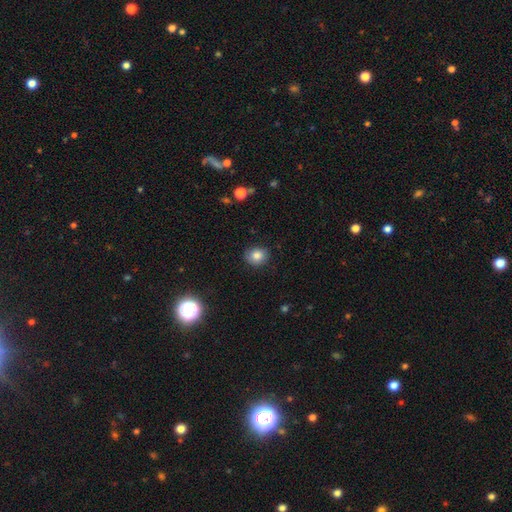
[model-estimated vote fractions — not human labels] Smooth or featured? Predicted: smooth (p=0.81). How rounded? Predicted: round (p=0.67). Merging? Predicted: none (p=0.84).